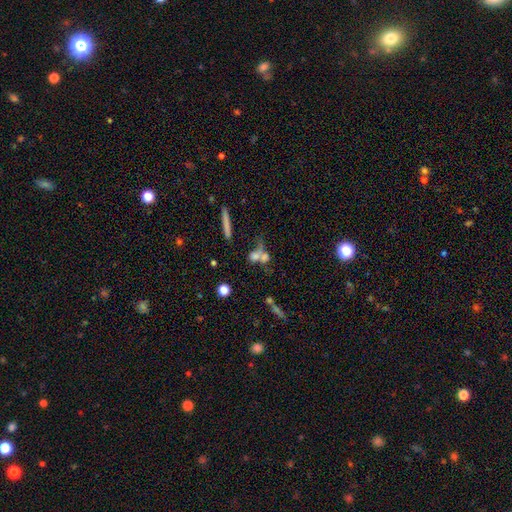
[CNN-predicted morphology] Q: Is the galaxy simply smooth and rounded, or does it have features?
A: smooth — 62%.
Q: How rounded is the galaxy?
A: round — 52%.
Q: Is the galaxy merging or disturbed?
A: merger — 48%.